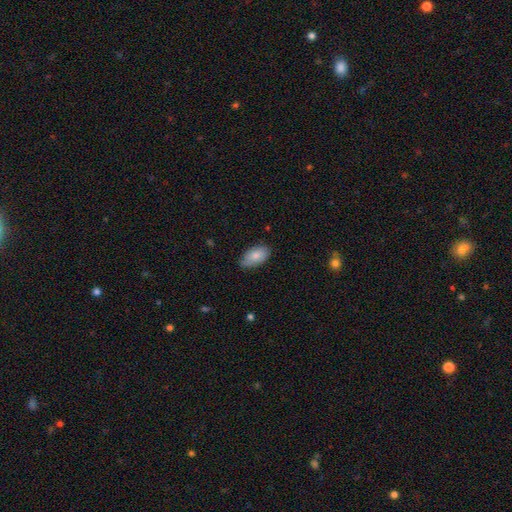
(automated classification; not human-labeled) The model was most divided on "merging": none: 74%, minor disturbance: 22%, major disturbance: 3%, merger: 1%. More confident: how rounded — in between (94%); smooth or featured — smooth (80%).